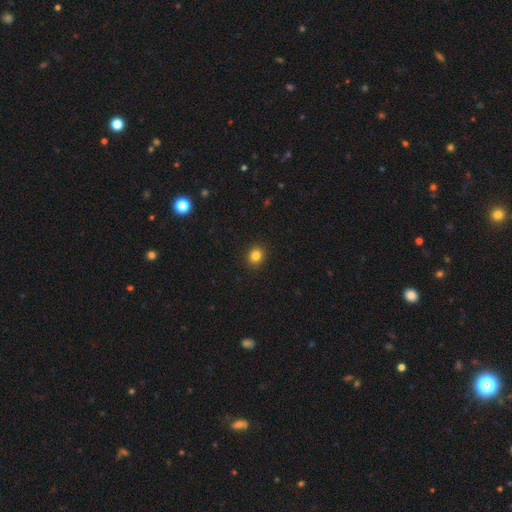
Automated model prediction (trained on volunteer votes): Smooth or featured?
  - smooth: 83% *
  - star or artifact: 12%
  - featured or disk: 5%
How rounded?
  - round: 74% *
  - in between: 25%
  - cigar-shaped: 1%
Merging?
  - none: 92% *
  - minor disturbance: 6%
  - major disturbance: 2%
  - merger: 1%